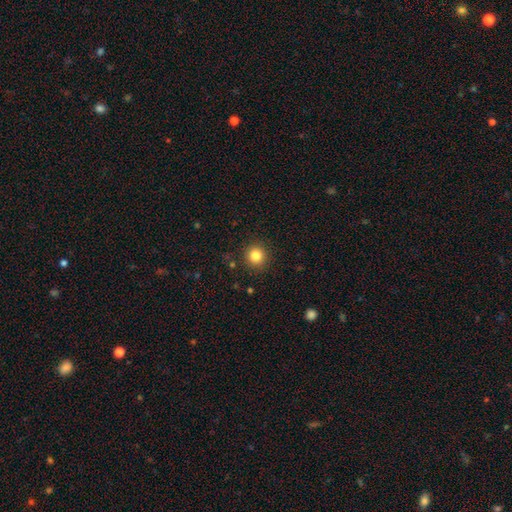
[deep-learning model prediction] smooth-or-featured: smooth: 83% | star or artifact: 12% | featured or disk: 5%
  how-rounded: round: 94% | in between: 5% | cigar-shaped: 1%
  merging: none: 91% | minor disturbance: 6% | major disturbance: 2% | merger: 1%